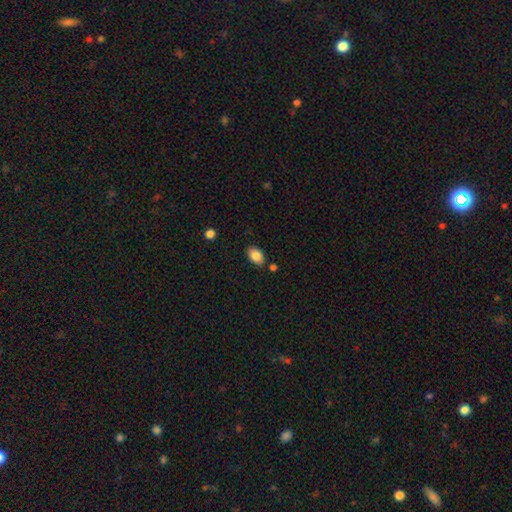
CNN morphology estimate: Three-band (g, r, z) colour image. It shows a smooth galaxy with no disk features (86%) that is in between round and cigar-shaped (88%). Merging: none (81%).